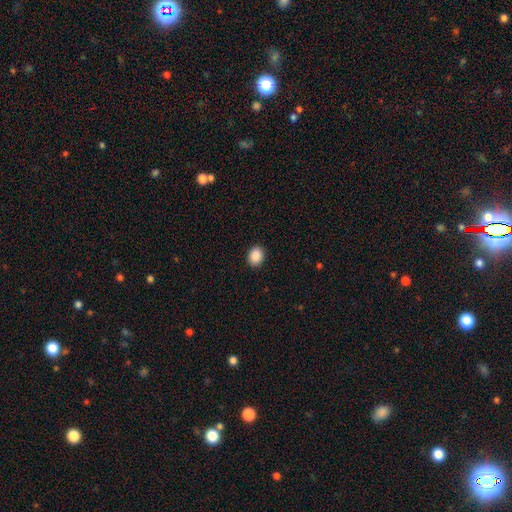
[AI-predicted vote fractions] Smooth or featured: smooth — 89% (star or artifact — 8%)
How rounded: in between — 53% (round — 47%)
Merging: none — 91% (minor disturbance — 6%)